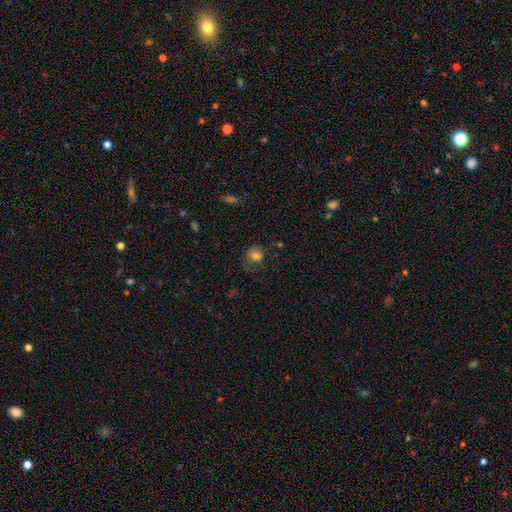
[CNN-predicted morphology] Smooth or featured: smooth — 74% (star or artifact — 13%)
How rounded: round — 63% (in between — 36%)
Merging: none — 57% (minor disturbance — 23%)